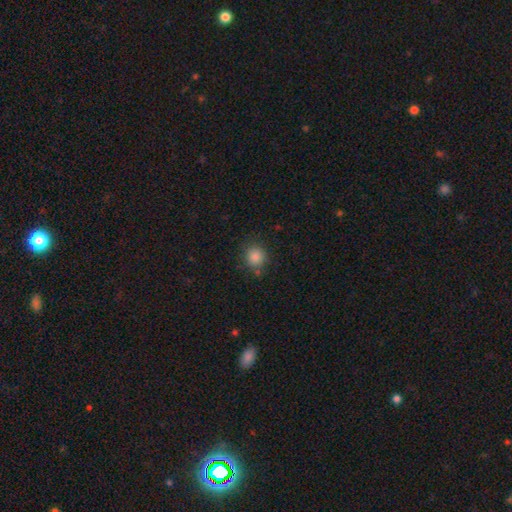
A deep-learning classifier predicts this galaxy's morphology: This appears to be a smooth galaxy with no disk features (85%) that is round (86%). Merging: none (82%).